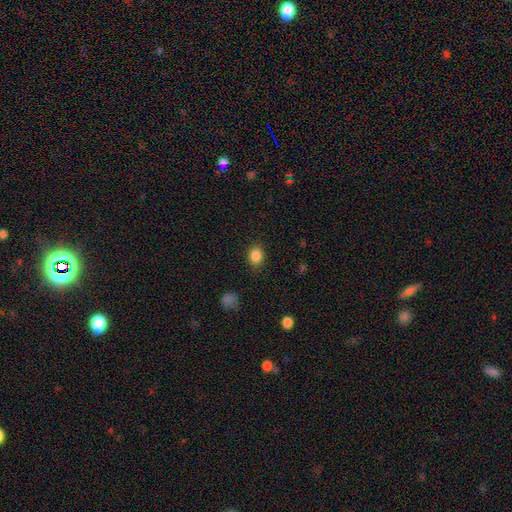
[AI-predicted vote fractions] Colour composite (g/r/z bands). It shows a smooth galaxy with no disk features (86%) that is in between round and cigar-shaped (57%). Merging: none (85%).